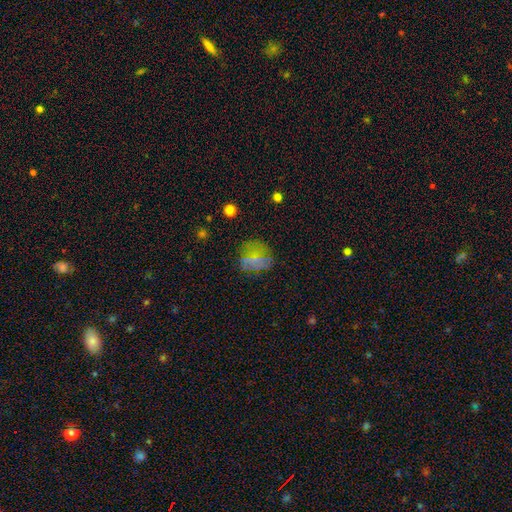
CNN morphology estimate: smooth 56%, star or artifact 26%, featured or disk 18%. Down the decision tree: how rounded — round (71%); merging — none (71%).